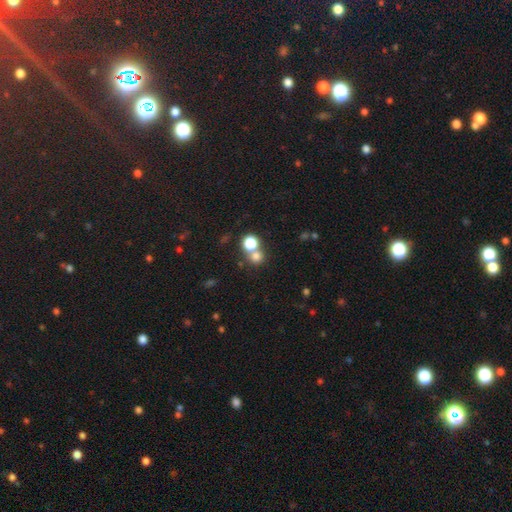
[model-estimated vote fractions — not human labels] This appears to be a smooth galaxy with no disk features (73%) that is round (86%). Merging: none (52%).